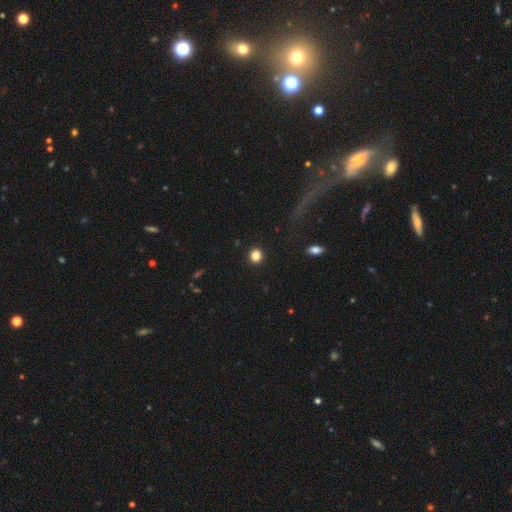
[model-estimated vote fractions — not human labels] smooth-or-featured: smooth: 85% | star or artifact: 11% | featured or disk: 4%
  how-rounded: round: 84% | in between: 15% | cigar-shaped: 1%
  merging: none: 92% | minor disturbance: 5% | major disturbance: 2% | merger: 1%